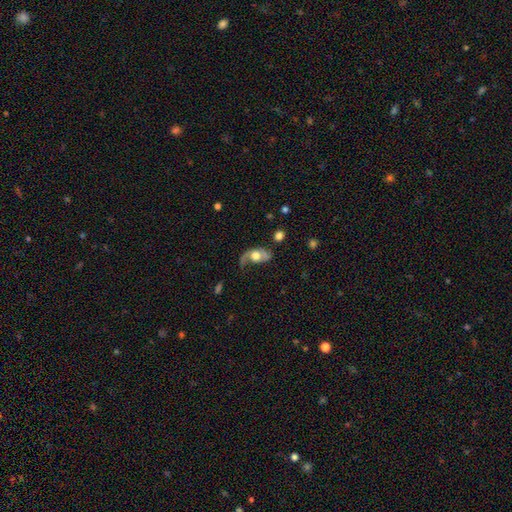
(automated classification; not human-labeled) featured or disk 66%, smooth 27%, star or artifact 7%. Down the decision tree: edge-on disk — no (94%); bar — no (74%); spiral arms — yes (82%); spiral arm count — 2 (56%); spiral winding — loose (64%); bulge size — moderate (50%); merging — major disturbance (37%).